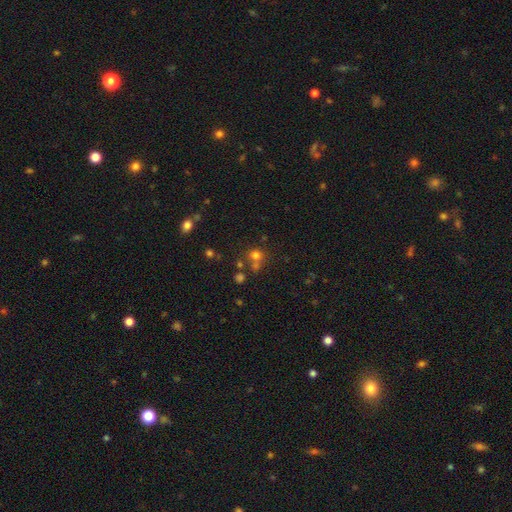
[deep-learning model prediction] smooth 67%, star or artifact 23%, featured or disk 11%. Down the decision tree: how rounded — round (82%); merging — none (54%).